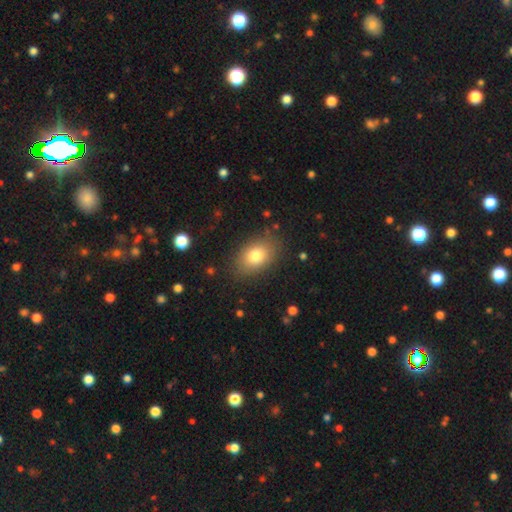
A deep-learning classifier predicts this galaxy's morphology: This is likely a smooth galaxy (79%). How rounded: clearly in between (83%). Merging: clearly none (84%).